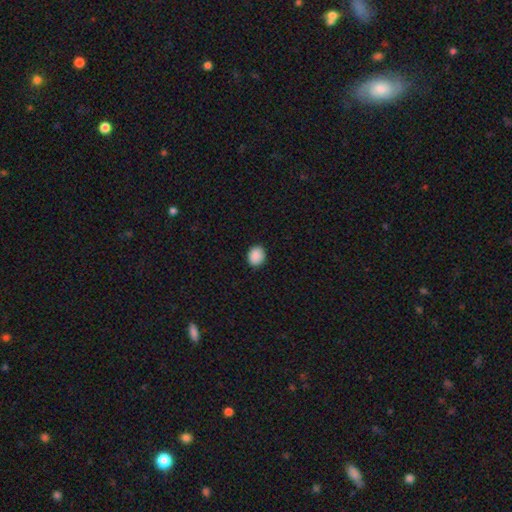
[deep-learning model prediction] smooth-or-featured: smooth: 90% | star or artifact: 8% | featured or disk: 2%
  how-rounded: round: 60% | in between: 39% | cigar-shaped: 1%
  merging: none: 90% | minor disturbance: 7% | major disturbance: 2% | merger: 1%